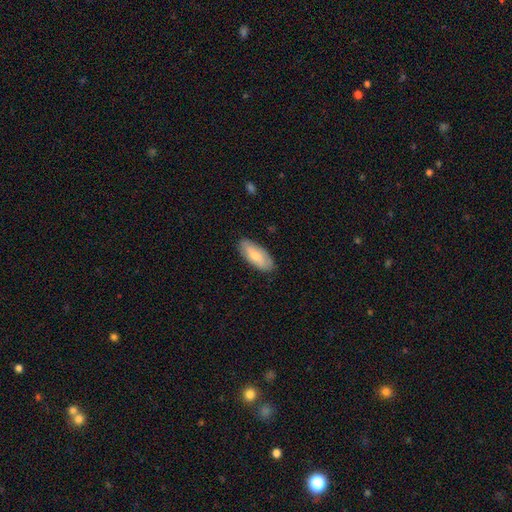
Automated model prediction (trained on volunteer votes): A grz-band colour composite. It shows a smooth galaxy with no disk features (73%) that is in between round and cigar-shaped (86%). Merging: none (84%).